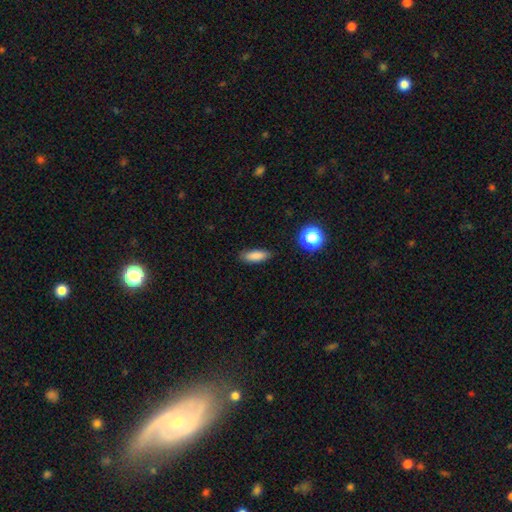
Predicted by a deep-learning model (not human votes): Smooth or featured?
  - smooth: 85% *
  - star or artifact: 9%
  - featured or disk: 6%
How rounded?
  - in between: 63% *
  - cigar-shaped: 33%
  - round: 4%
Merging?
  - none: 84% *
  - minor disturbance: 12%
  - major disturbance: 3%
  - merger: 2%